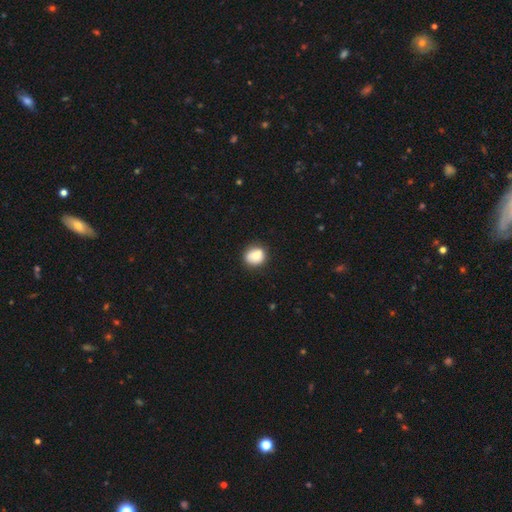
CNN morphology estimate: smooth_or_featured: smooth (p=0.79) [alt: featured or disk p=0.12]
how_rounded: round (p=0.75) [alt: in between p=0.24]
merging: none (p=0.74) [alt: minor disturbance p=0.16]